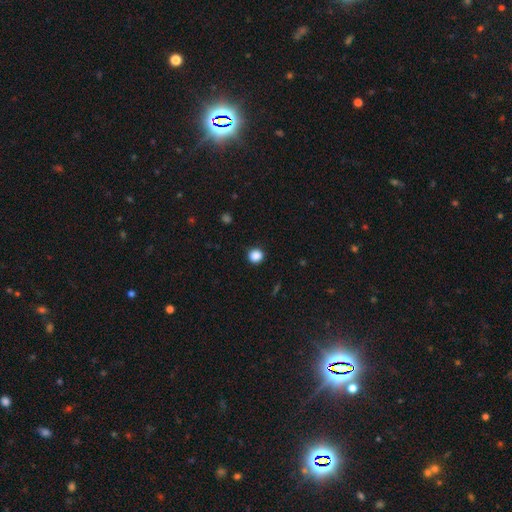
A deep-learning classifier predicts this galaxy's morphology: This appears to be a smooth galaxy with no disk features (87%) that is round (89%). Merging: none (89%).